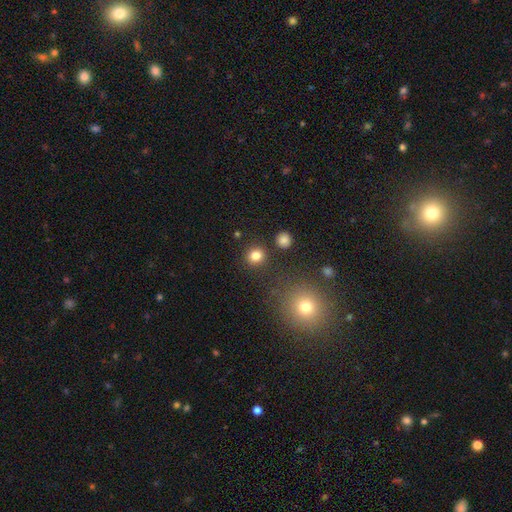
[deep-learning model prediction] Smooth or featured? smooth (82%)
How rounded? round (87%)
Merging? none (87%)